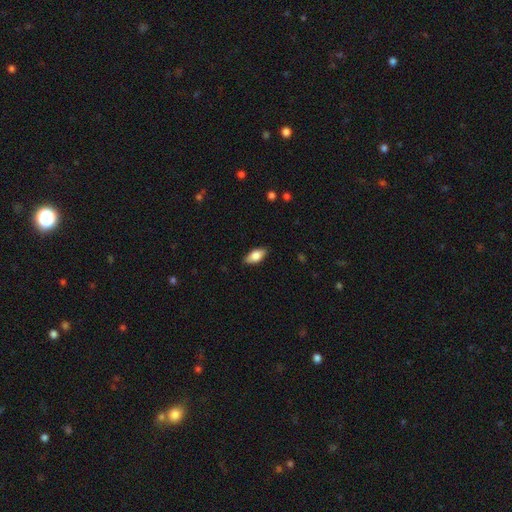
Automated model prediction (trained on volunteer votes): A smooth galaxy with no disk features (76%) that is in between round and cigar-shaped (88%). Merging: none (87%).